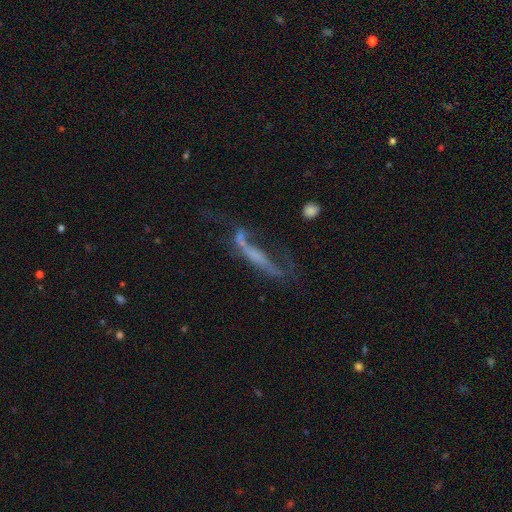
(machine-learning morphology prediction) Q: Smooth or featured?
A: featured or disk (56%); runner-up: smooth (31%)
Q: Edge-on disk?
A: yes (53%); runner-up: no (47%)
Q: Merging?
A: major disturbance (37%); runner-up: none (27%)